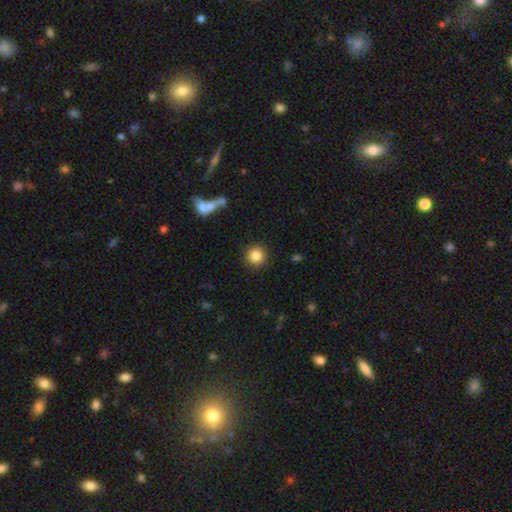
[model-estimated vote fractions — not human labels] smooth-or-featured: smooth: 86% | star or artifact: 10% | featured or disk: 5%
  how-rounded: round: 94% | in between: 5% | cigar-shaped: 1%
  merging: none: 90% | minor disturbance: 6% | major disturbance: 2% | merger: 2%